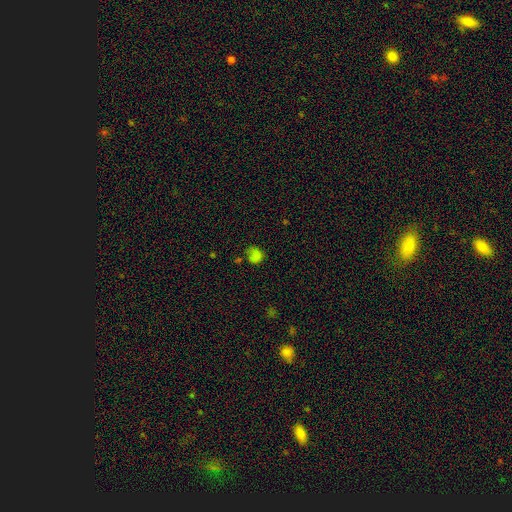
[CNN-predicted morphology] smooth-or-featured: smooth: 72% | star or artifact: 19% | featured or disk: 9%
  how-rounded: round: 63% | in between: 35% | cigar-shaped: 1%
  merging: none: 48% | minor disturbance: 27% | major disturbance: 15% | merger: 9%